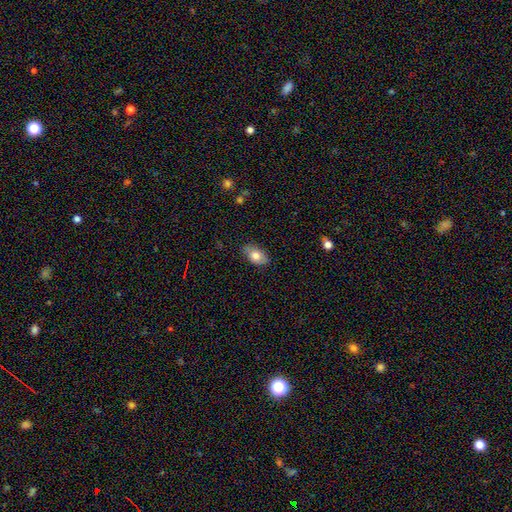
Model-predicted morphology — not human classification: smooth 76%, featured or disk 16%, star or artifact 7%. Down the decision tree: how rounded — in between (90%); merging — none (80%).